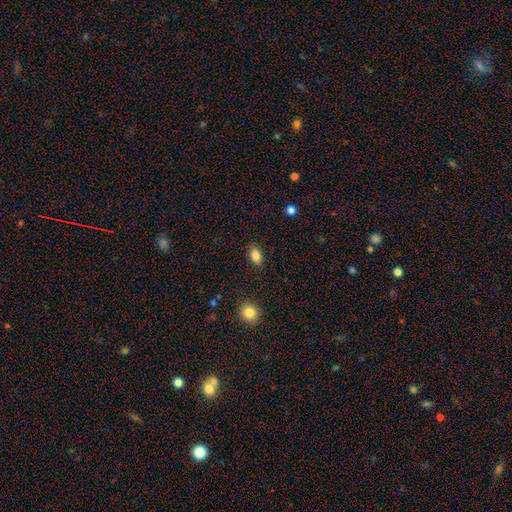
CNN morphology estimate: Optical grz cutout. It shows a smooth galaxy with no disk features (84%) that is in between round and cigar-shaped (88%). Merging: none (86%).